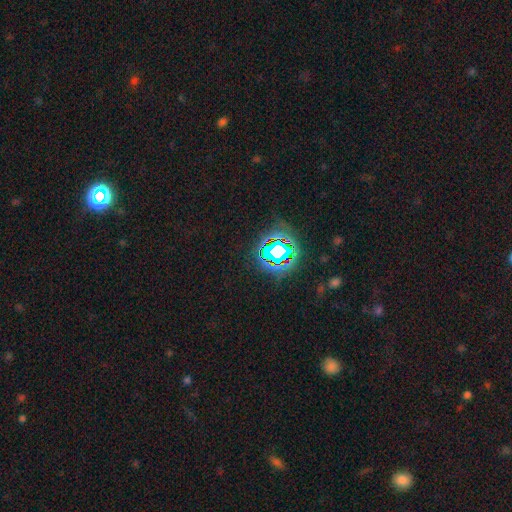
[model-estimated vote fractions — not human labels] Smooth or featured? star or artifact (79%)